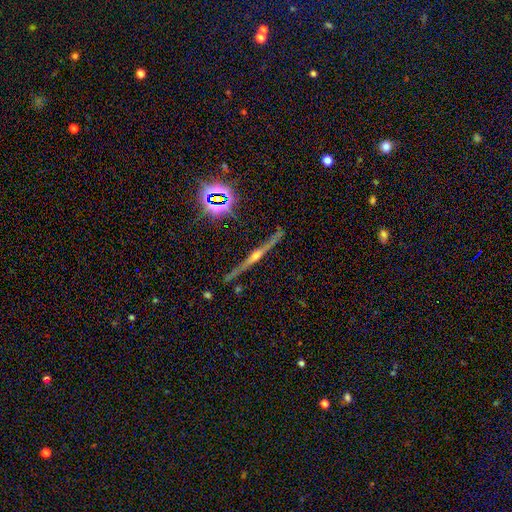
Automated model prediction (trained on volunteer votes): A featured or disk galaxy (77%) viewed edge-on (97%) with a rounded central bulge (89%). Merging: none (86%).